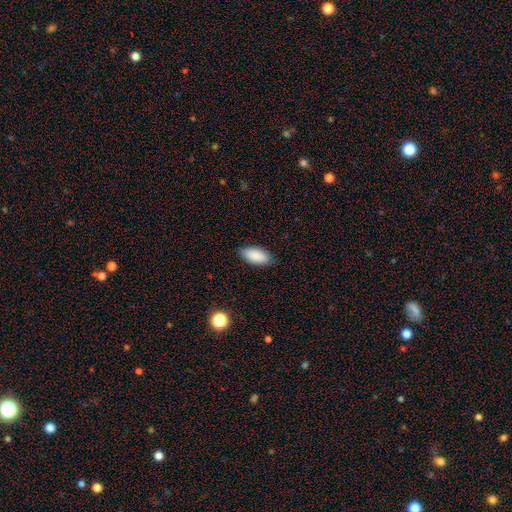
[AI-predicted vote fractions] Morphology: type=smooth (89%); roundness=in between (91%); merging=none (86%).